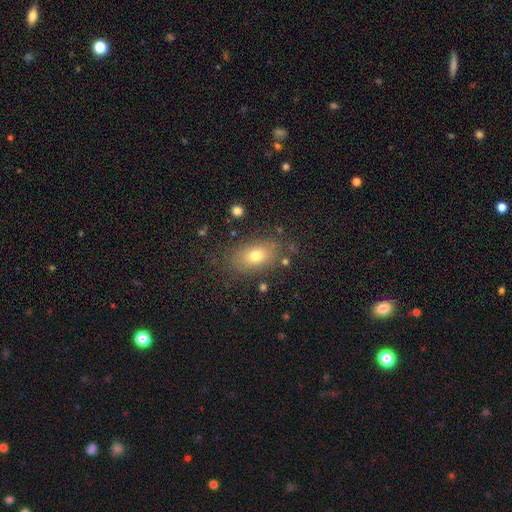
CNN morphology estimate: Smooth or featured? Predicted: smooth (p=0.73). How rounded? Predicted: in between (p=0.82). Merging? Predicted: none (p=0.79).